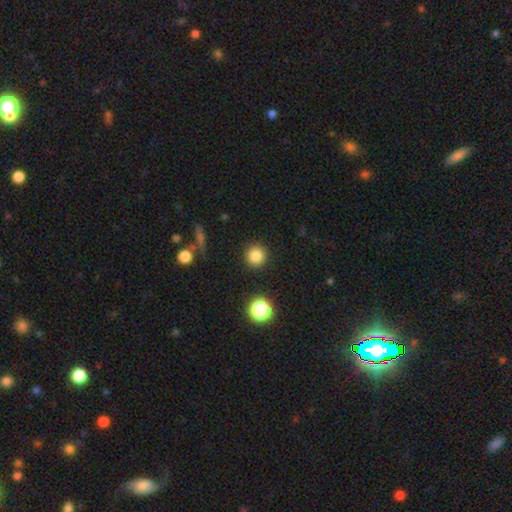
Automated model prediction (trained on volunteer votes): Morphology: type=smooth (83%); roundness=round (94%); merging=none (90%).